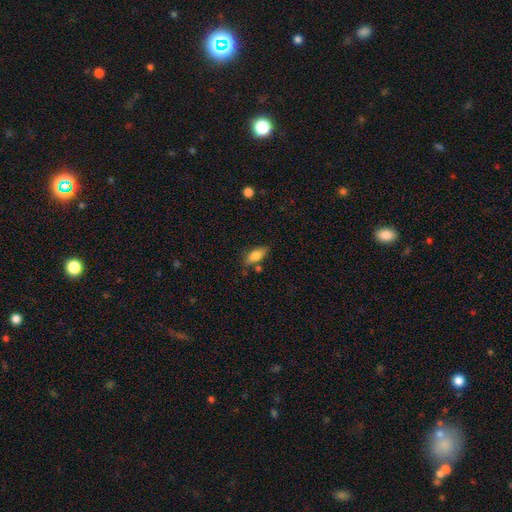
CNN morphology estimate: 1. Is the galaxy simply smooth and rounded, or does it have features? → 76% smooth, 17% featured or disk, 7% star or artifact.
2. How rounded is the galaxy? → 80% in between, 16% cigar-shaped, 3% round.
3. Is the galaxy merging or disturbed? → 74% none, 16% minor disturbance, 7% merger, 4% major disturbance.